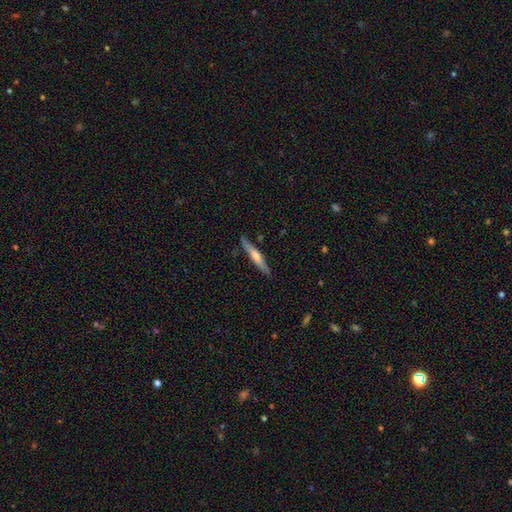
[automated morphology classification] Overall: featured or disk (50%; smooth 44%). Edge-on disk: yes (96%). Merging: none (87%).